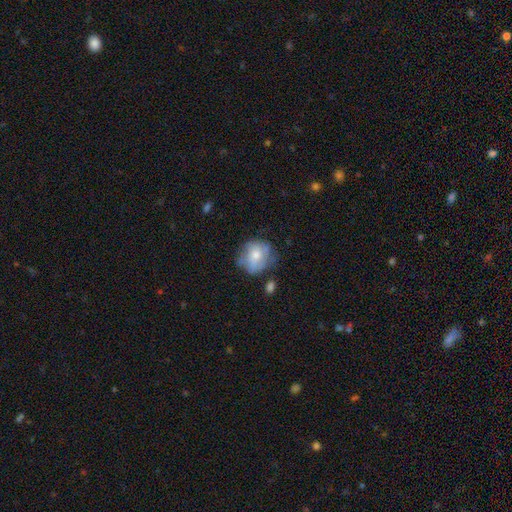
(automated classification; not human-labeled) Smooth or featured?
  - smooth: 58% *
  - featured or disk: 34%
  - star or artifact: 8%
How rounded?
  - round: 72% *
  - in between: 27%
  - cigar-shaped: 1%
Merging?
  - none: 54% *
  - minor disturbance: 29%
  - major disturbance: 13%
  - merger: 5%